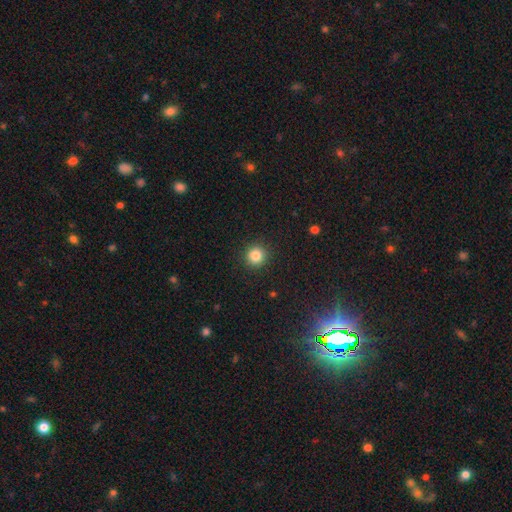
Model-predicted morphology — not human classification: A smooth galaxy with no disk features (83%) that is round (93%). Merging: none (92%).